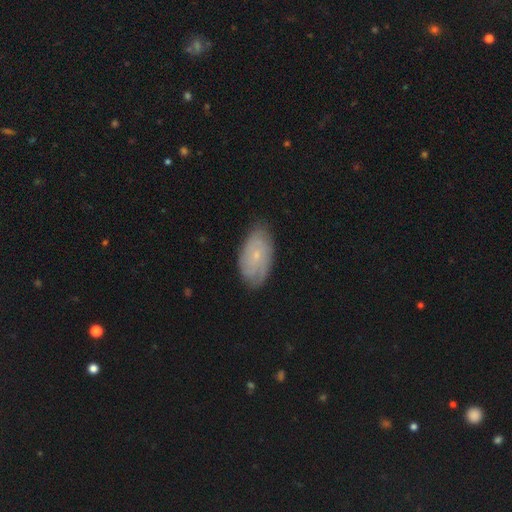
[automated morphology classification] type=featured or disk (59%); edge-on=no (94%); bar=no (79%); spiral arms=yes (84%); bulge=small (82%); merging=none (77%).